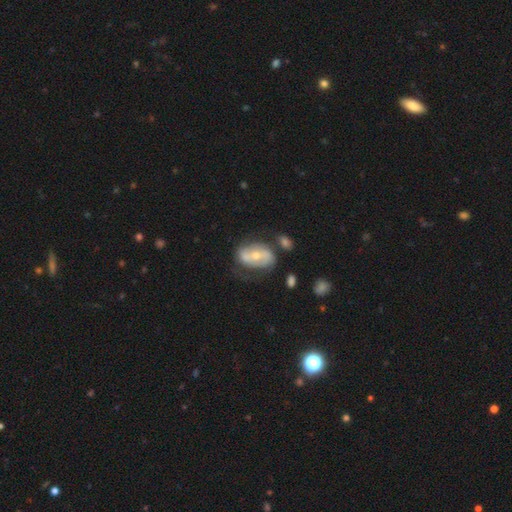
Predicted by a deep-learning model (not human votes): Morphology: type=featured or disk (69%); edge-on=no (94%); bar=strong (35%); spiral arms=yes (75%); bulge=moderate (56%); merging=none (55%).